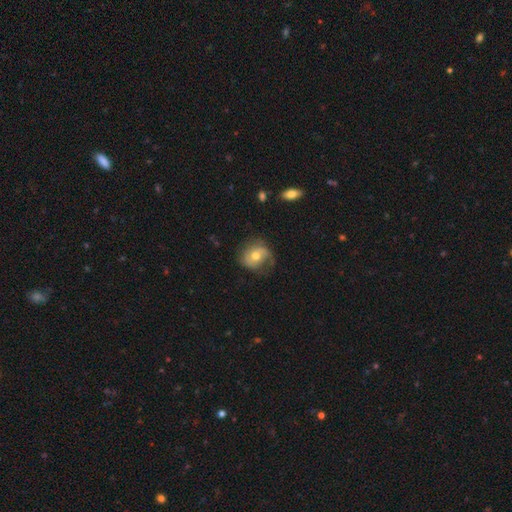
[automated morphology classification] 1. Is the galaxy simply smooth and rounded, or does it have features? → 51% featured or disk, 42% smooth, 8% star or artifact.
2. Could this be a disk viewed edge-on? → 96% no, 4% yes.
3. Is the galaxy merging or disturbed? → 58% none, 26% minor disturbance, 15% major disturbance, 2% merger.